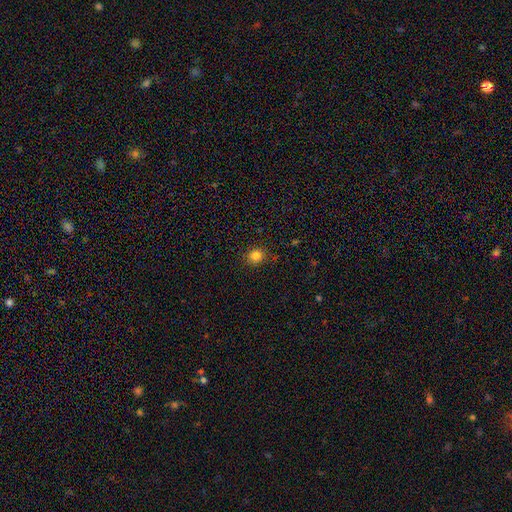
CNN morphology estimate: A smooth galaxy with no disk features (82%) that is round (80%).

Vote fractions:
- Smooth or featured? smooth: 82% / star or artifact: 13% / featured or disk: 5%
- How rounded? round: 80% / in between: 19% / cigar-shaped: 1%
- Merging? none: 89% / minor disturbance: 8% / major disturbance: 2% / merger: 1%